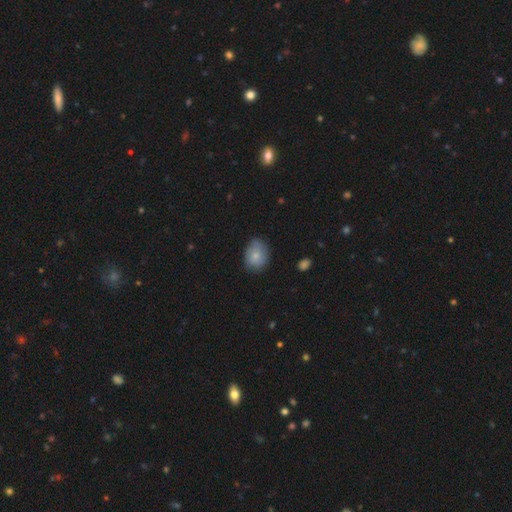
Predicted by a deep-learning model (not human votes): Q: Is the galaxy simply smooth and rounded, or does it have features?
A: smooth — 75%.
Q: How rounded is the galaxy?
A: in between — 56%.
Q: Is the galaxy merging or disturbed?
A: none — 69%.